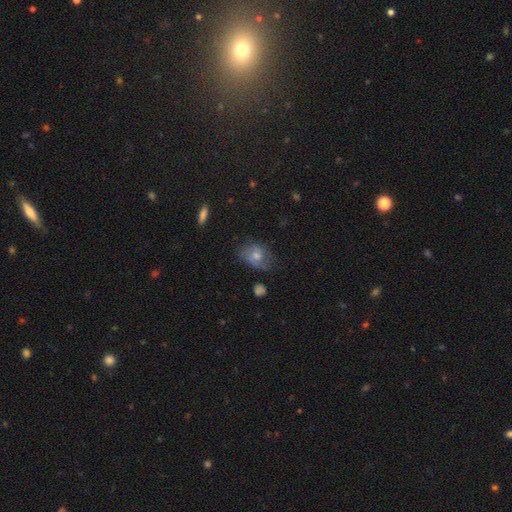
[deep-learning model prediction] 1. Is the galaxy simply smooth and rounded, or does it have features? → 57% smooth, 34% featured or disk, 9% star or artifact.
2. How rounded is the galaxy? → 68% in between, 31% round, 1% cigar-shaped.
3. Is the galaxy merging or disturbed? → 50% none, 30% minor disturbance, 18% major disturbance, 2% merger.